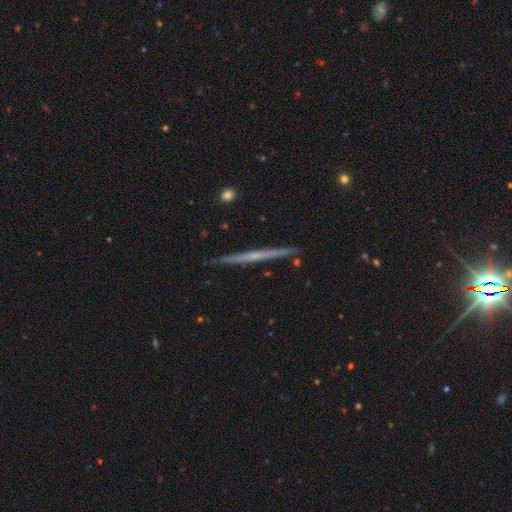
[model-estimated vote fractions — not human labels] A featured or disk galaxy (67%) viewed edge-on (98%) with no central bulge (74%).

Vote fractions:
- Smooth or featured? featured or disk: 67% / smooth: 27% / star or artifact: 6%
- Edge-on disk? yes: 98% / no: 2%
- Edge-on bulge? none: 74% / rounded: 21% / boxy: 5%
- Merging? none: 91% / minor disturbance: 7% / merger: 1% / major disturbance: 1%